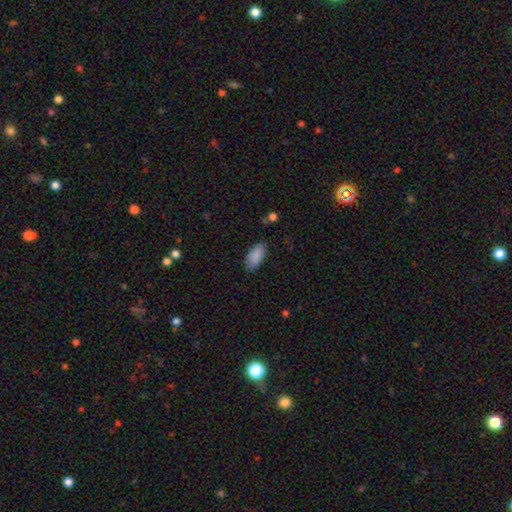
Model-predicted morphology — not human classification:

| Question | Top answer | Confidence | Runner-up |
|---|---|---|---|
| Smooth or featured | smooth | 88% | star or artifact (7%) |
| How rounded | in between | 93% | cigar-shaped (5%) |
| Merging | none | 80% | minor disturbance (16%) |